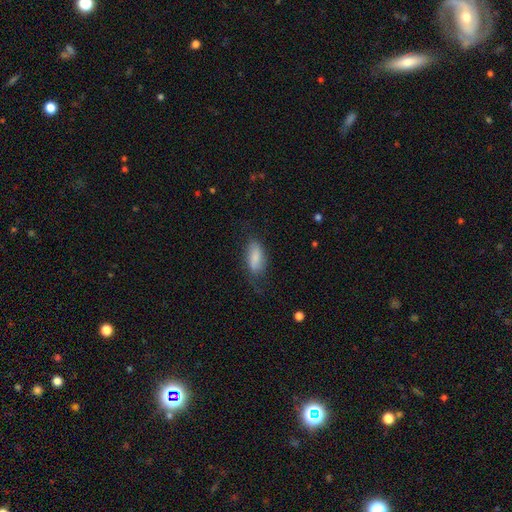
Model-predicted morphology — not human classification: Smooth or featured? smooth (55%)
How rounded? in between (80%)
Merging? none (75%)